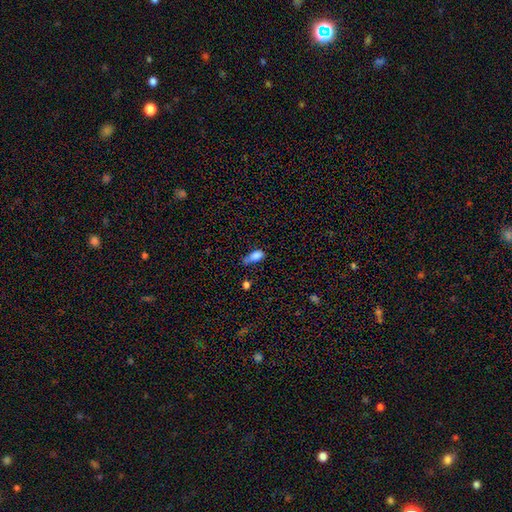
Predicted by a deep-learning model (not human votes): A smooth galaxy with no disk features (80%) that is in between round and cigar-shaped (84%). Merging: minor disturbance (39%).